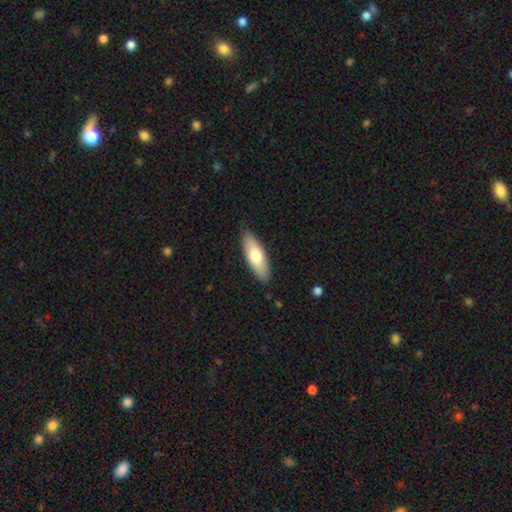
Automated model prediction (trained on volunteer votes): A smooth galaxy with no disk features (71%) that is in between round and cigar-shaped (61%). Merging: none (87%).